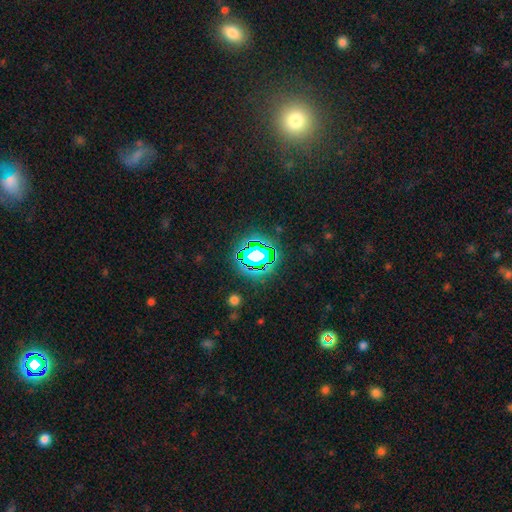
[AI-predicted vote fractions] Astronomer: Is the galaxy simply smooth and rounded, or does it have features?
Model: star or artifact — 68%.